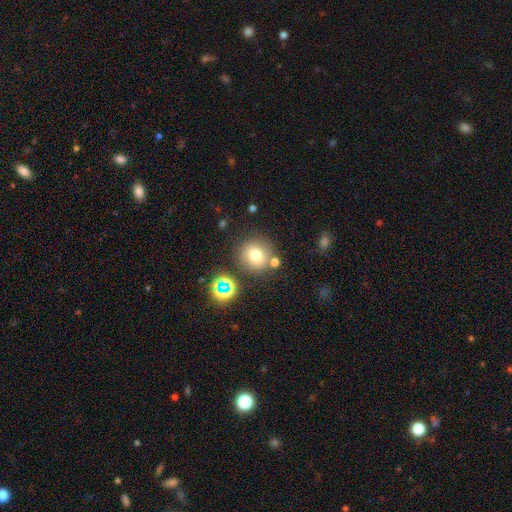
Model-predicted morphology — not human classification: smooth 71%, star or artifact 17%, featured or disk 12%. Down the decision tree: how rounded — round (92%); merging — none (77%).